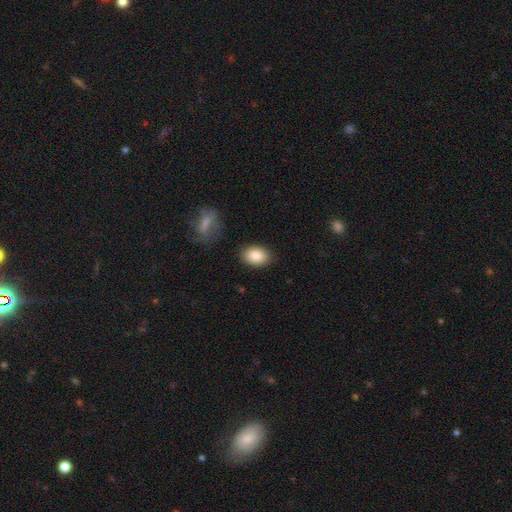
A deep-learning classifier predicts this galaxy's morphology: A smooth galaxy with no disk features (86%) that is in between round and cigar-shaped (80%).

Vote fractions:
- Smooth or featured? smooth: 86% / star or artifact: 7% / featured or disk: 7%
- How rounded? in between: 80% / round: 19% / cigar-shaped: 1%
- Merging? none: 86% / minor disturbance: 9% / major disturbance: 3% / merger: 2%